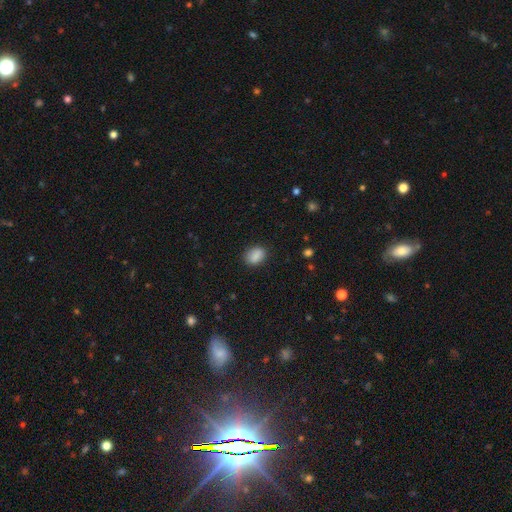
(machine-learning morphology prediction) Smooth or featured? Predicted: smooth (p=0.88). How rounded? Predicted: in between (p=0.73). Merging? Predicted: none (p=0.85).